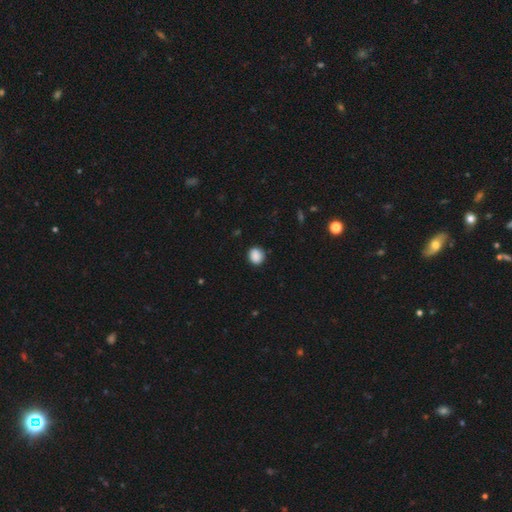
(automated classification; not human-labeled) The model was most divided on "how rounded": round: 73%, in between: 26%, cigar-shaped: 1%. More confident: smooth or featured — smooth (88%); merging — none (84%).